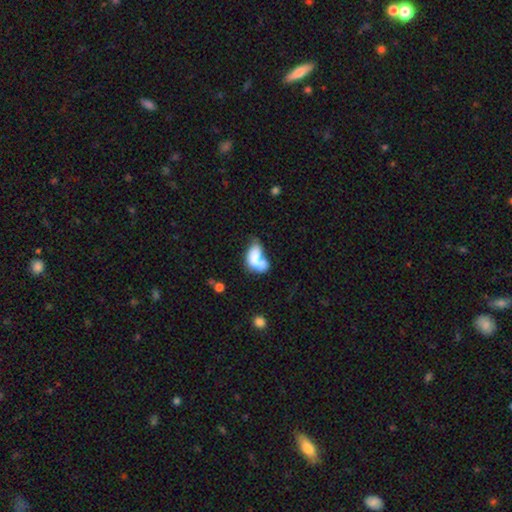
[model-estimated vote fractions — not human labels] This is likely a smooth galaxy (63%). How rounded: clearly in between (86%). Merging: possibly merger (52%).